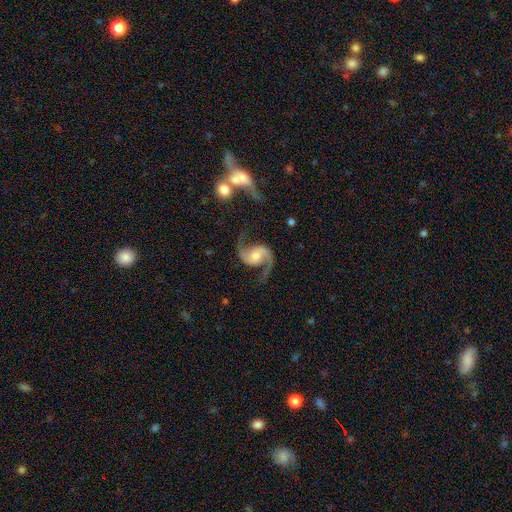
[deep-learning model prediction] Morphology: type=featured or disk (93%); edge-on=no (98%); bar=no (55%); spiral arms=yes (98%); winding=loose (51%); arm count=2 (94%); bulge=moderate (49%); merging=none (77%).